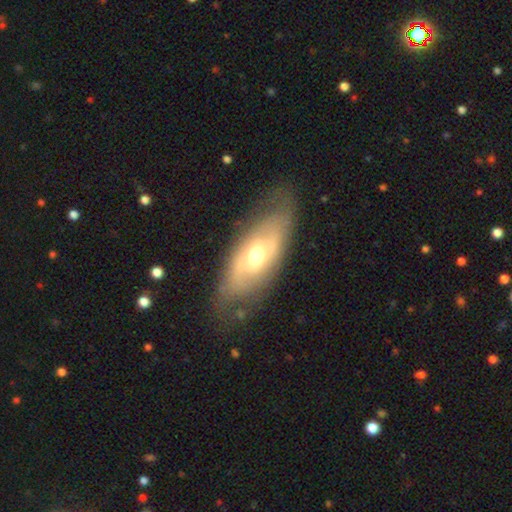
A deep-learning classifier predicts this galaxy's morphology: This appears to be a featured or disk galaxy (58%). Merging: none (71%).